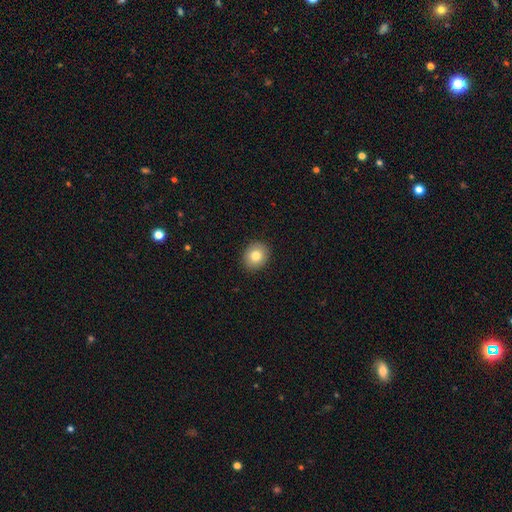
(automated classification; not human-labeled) Overall: smooth (81%). How rounded: round (68%; in between 31%). Merging: none (90%).